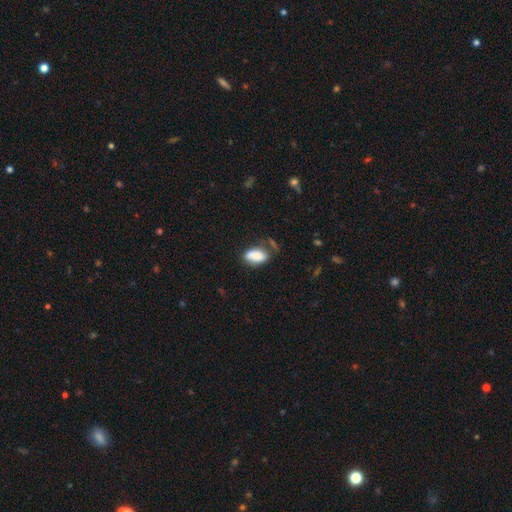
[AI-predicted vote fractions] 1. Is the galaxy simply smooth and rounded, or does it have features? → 84% smooth, 8% featured or disk, 8% star or artifact.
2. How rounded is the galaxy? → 92% in between, 5% round, 3% cigar-shaped.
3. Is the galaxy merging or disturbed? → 52% none, 26% minor disturbance, 11% merger, 10% major disturbance.